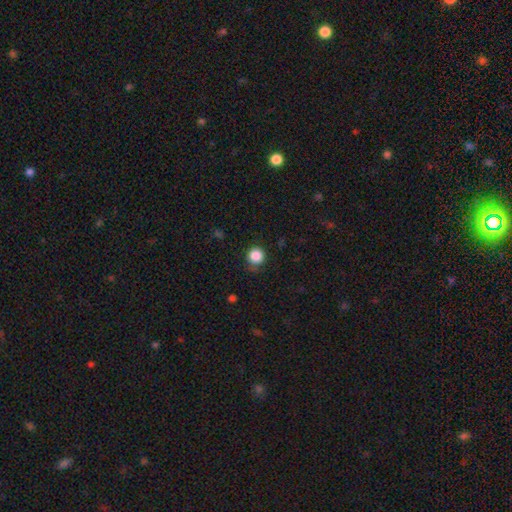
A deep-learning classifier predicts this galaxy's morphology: Smooth or featured: smooth — 86% (star or artifact — 10%)
How rounded: round — 94% (in between — 5%)
Merging: none — 79% (minor disturbance — 15%)